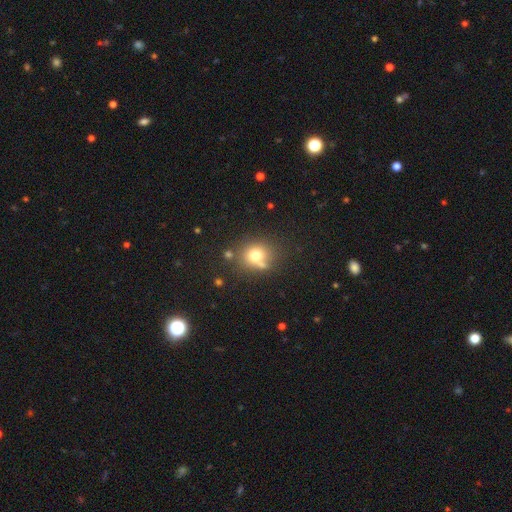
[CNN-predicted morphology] Smooth or featured? Predicted: smooth (p=0.74). How rounded? Predicted: round (p=0.75). Merging? Predicted: none (p=0.60).